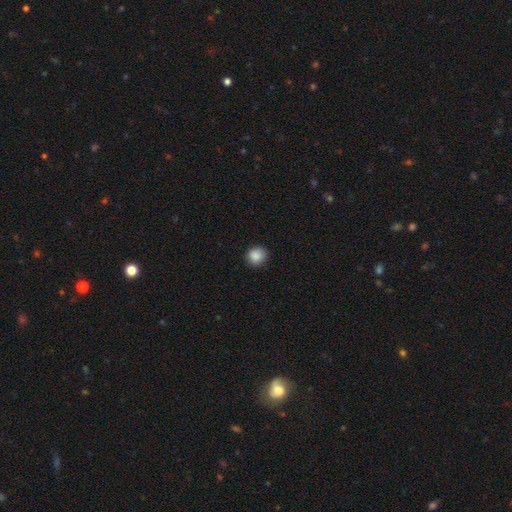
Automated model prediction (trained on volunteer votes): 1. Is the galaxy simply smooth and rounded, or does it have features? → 88% smooth, 9% star or artifact, 3% featured or disk.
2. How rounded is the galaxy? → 88% round, 11% in between, 1% cigar-shaped.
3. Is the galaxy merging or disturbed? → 87% none, 10% minor disturbance, 2% major disturbance, 1% merger.